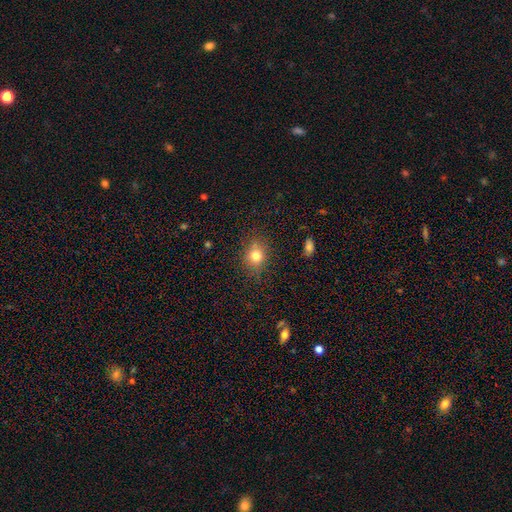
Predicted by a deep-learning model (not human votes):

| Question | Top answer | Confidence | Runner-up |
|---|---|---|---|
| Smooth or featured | smooth | 77% | star or artifact (13%) |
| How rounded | round | 61% | in between (37%) |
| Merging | none | 80% | minor disturbance (14%) |